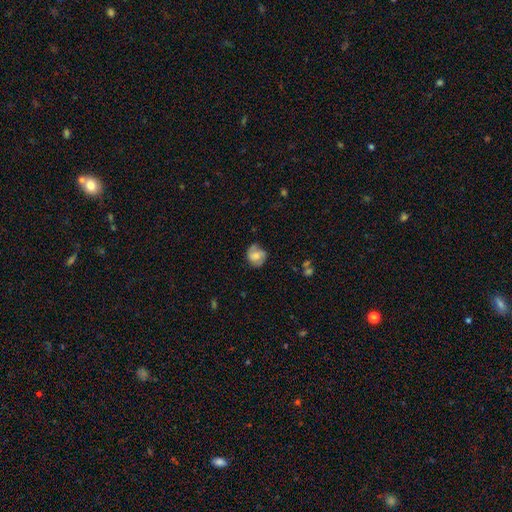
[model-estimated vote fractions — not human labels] Smooth or featured? Predicted: smooth (p=0.56). How rounded? Predicted: round (p=0.73). Merging? Predicted: none (p=0.63).